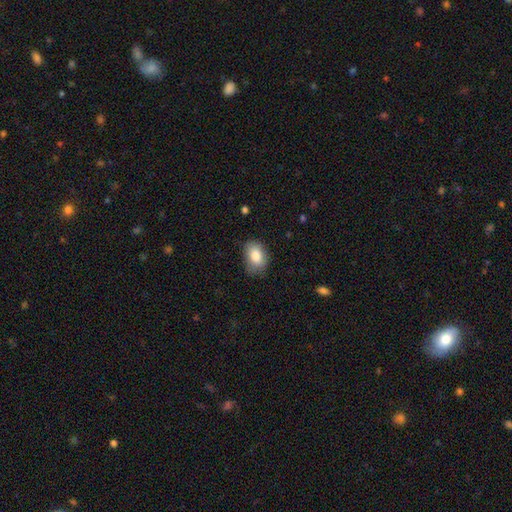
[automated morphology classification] smooth_or_featured: smooth (p=0.83) [alt: featured or disk p=0.09]
how_rounded: in between (p=0.82) [alt: round p=0.17]
merging: none (p=0.71) [alt: minor disturbance p=0.23]